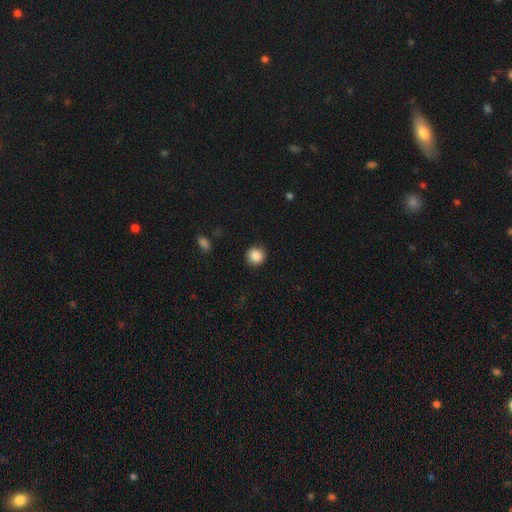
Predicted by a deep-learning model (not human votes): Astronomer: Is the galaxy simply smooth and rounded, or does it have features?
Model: smooth — 88%.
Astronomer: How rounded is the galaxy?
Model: round — 92%.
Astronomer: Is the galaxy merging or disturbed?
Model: none — 90%.